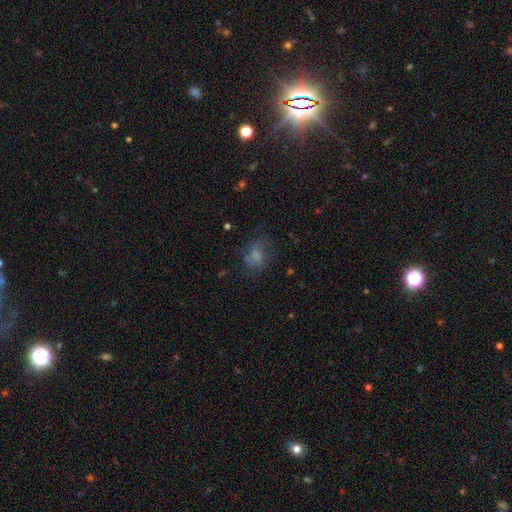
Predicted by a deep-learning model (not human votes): A smooth galaxy with no disk features (56%) that is in between round and cigar-shaped (61%). Merging: none (51%).